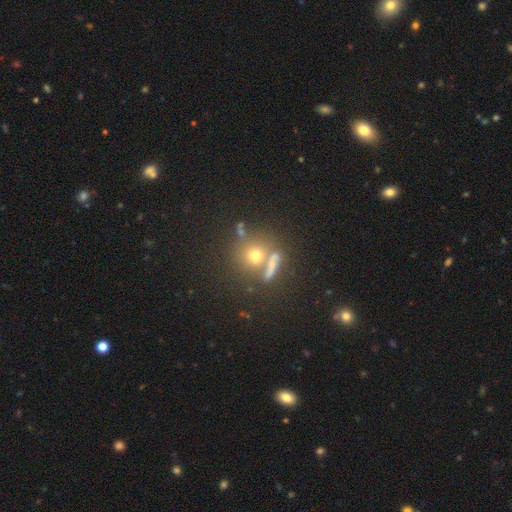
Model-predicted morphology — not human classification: smooth_or_featured: smooth (p=0.56) [alt: star or artifact p=0.23]
how_rounded: round (p=0.87) [alt: in between p=0.11]
merging: none (p=0.60) [alt: merger p=0.25]